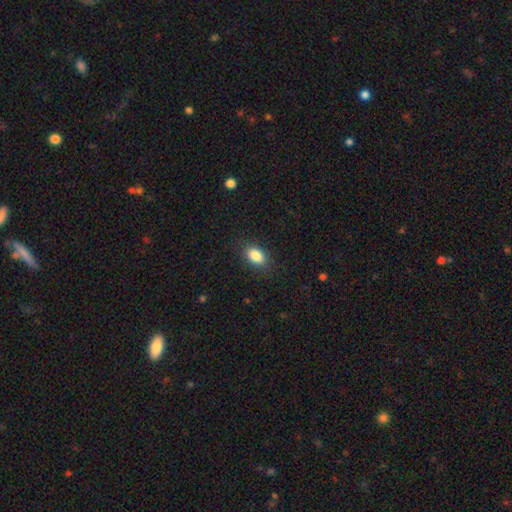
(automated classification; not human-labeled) This appears to be a smooth galaxy with no disk features (87%) that is in between round and cigar-shaped (88%). Merging: none (86%).